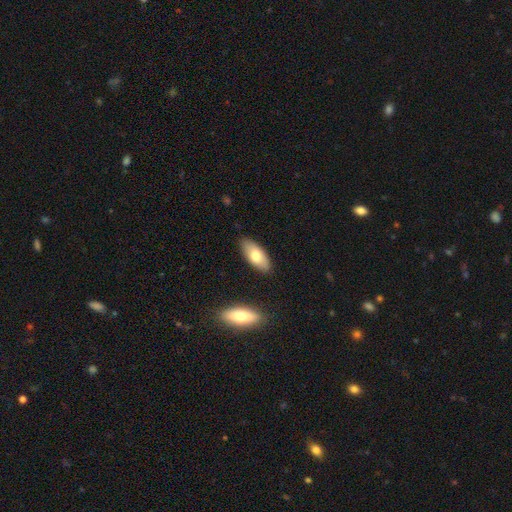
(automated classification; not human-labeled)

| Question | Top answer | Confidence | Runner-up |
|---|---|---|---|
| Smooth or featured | smooth | 73% | featured or disk (21%) |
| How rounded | in between | 86% | cigar-shaped (11%) |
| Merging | none | 86% | minor disturbance (10%) |